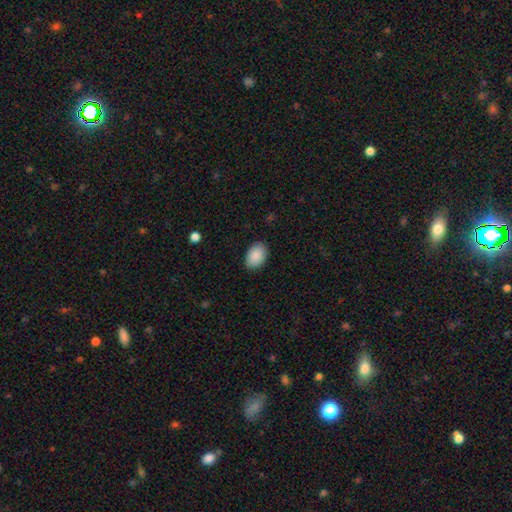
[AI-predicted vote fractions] This appears to be a smooth galaxy with no disk features (90%) that is in between round and cigar-shaped (88%). Merging: none (87%).